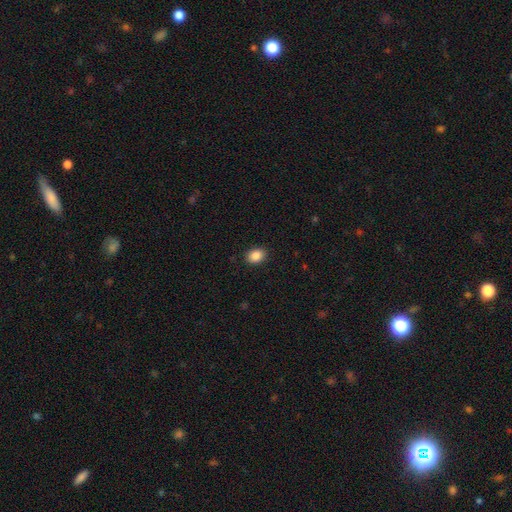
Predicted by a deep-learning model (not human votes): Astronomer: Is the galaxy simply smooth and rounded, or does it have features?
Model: smooth — 88%.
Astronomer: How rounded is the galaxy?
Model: in between — 68%.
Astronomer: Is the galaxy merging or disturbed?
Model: none — 90%.